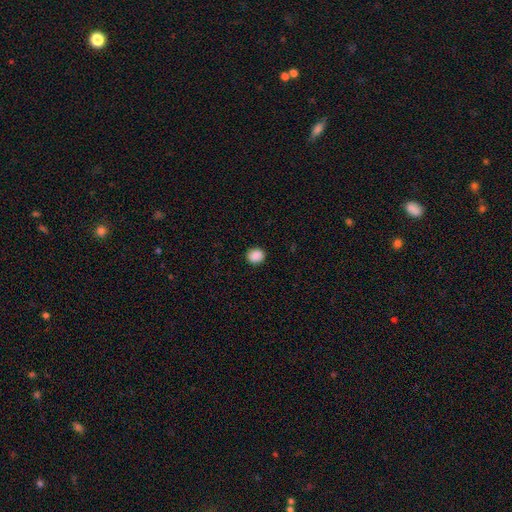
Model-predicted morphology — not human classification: Smooth or featured: smooth — 89% (star or artifact — 9%)
How rounded: round — 77% (in between — 22%)
Merging: none — 91% (minor disturbance — 6%)